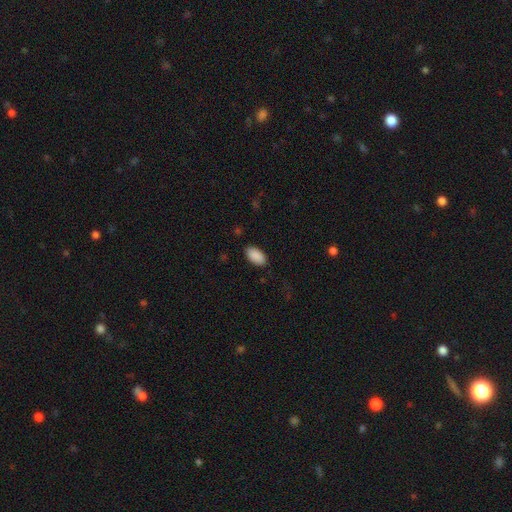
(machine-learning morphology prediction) A smooth galaxy with no disk features (90%) that is in between round and cigar-shaped (95%). Merging: none (87%).